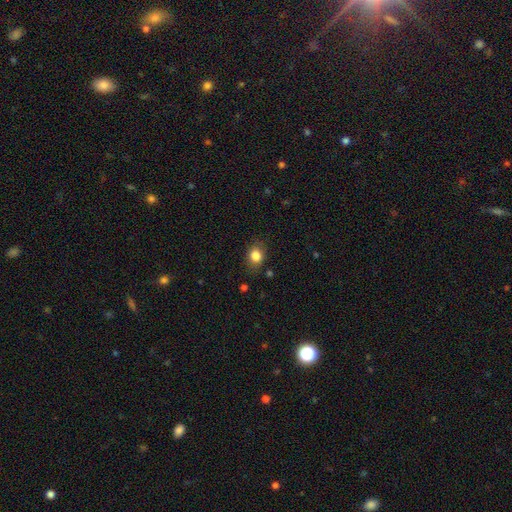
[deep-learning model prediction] Smooth or featured: smooth — 83% (star or artifact — 10%)
How rounded: round — 54% (in between — 45%)
Merging: none — 80% (minor disturbance — 15%)